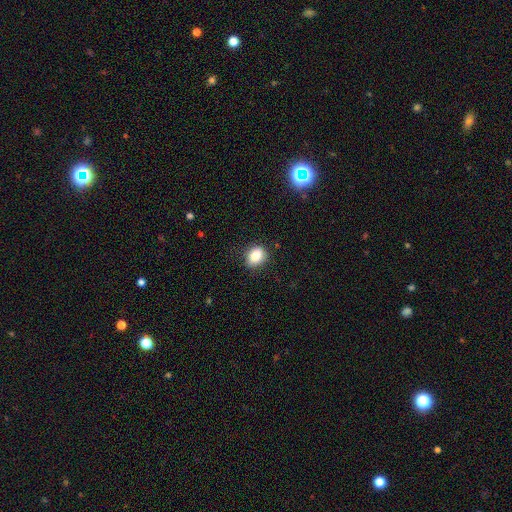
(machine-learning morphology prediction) smooth_or_featured: smooth (p=0.86) [alt: star or artifact p=0.09]
how_rounded: in between (p=0.65) [alt: round p=0.34]
merging: none (p=0.81) [alt: minor disturbance p=0.15]